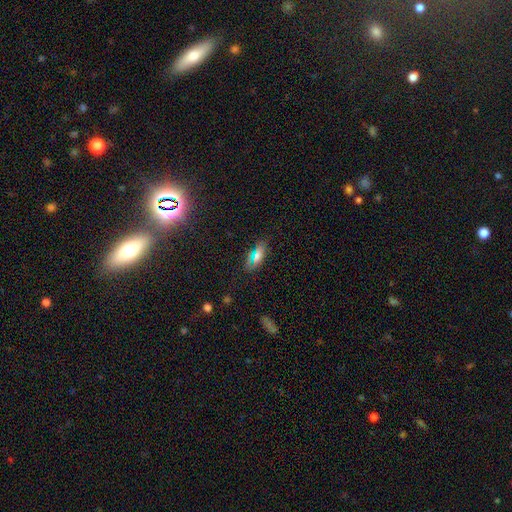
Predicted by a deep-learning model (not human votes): smooth_or_featured: smooth (p=0.66) [alt: star or artifact p=0.19]
how_rounded: in between (p=0.83) [alt: cigar-shaped p=0.13]
merging: none (p=0.82) [alt: minor disturbance p=0.13]